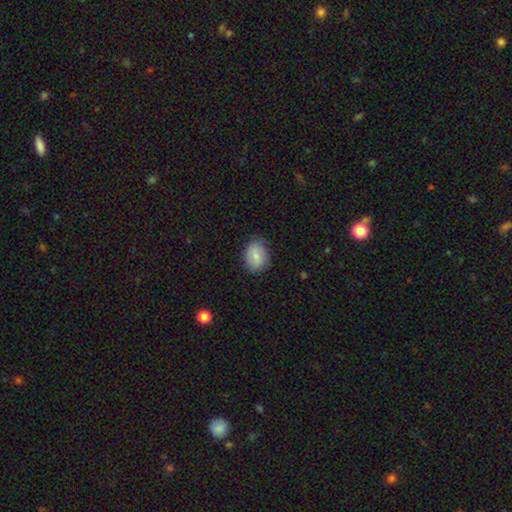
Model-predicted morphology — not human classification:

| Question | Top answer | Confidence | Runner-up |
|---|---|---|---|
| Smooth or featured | smooth | 80% | featured or disk (13%) |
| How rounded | in between | 70% | round (29%) |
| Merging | none | 79% | minor disturbance (17%) |